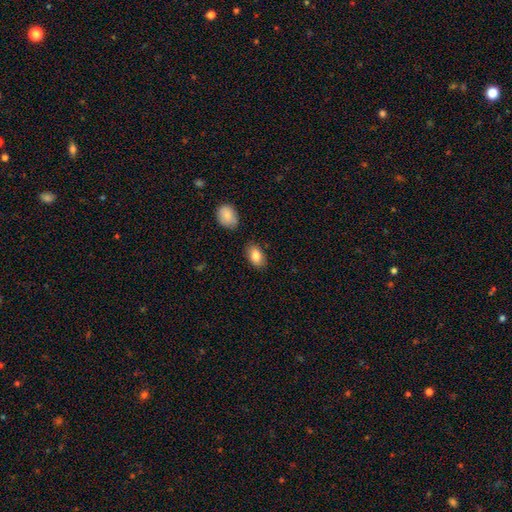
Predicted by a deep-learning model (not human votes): This appears to be a smooth galaxy with no disk features (85%) that is in between round and cigar-shaped (91%). Merging: none (82%).